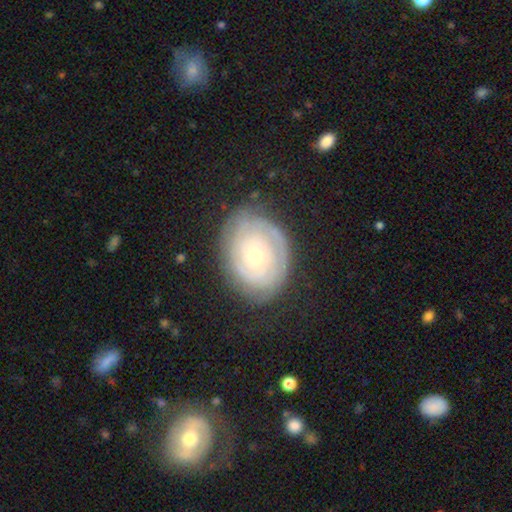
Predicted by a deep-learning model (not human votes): Morphology: type=featured or disk (73%); edge-on=no (96%); bar=no (83%); spiral arms=yes (84%); winding=tight (81%); arm count=can't tell (50%); bulge=small (58%); merging=none (75%).